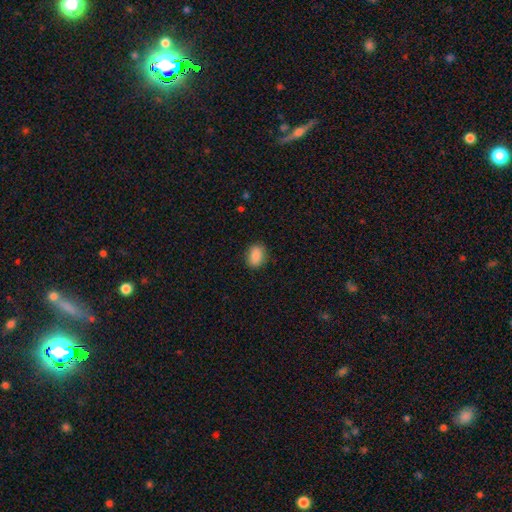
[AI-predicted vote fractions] Overall: smooth (88%). How rounded: in between (72%). Merging: none (87%).